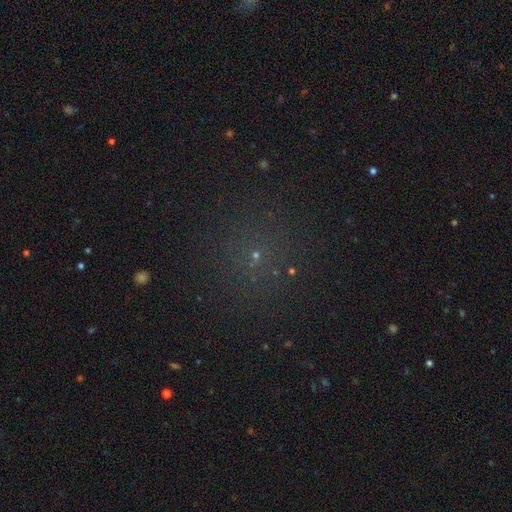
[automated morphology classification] This appears to be a star or artifact, not a galaxy (44%).